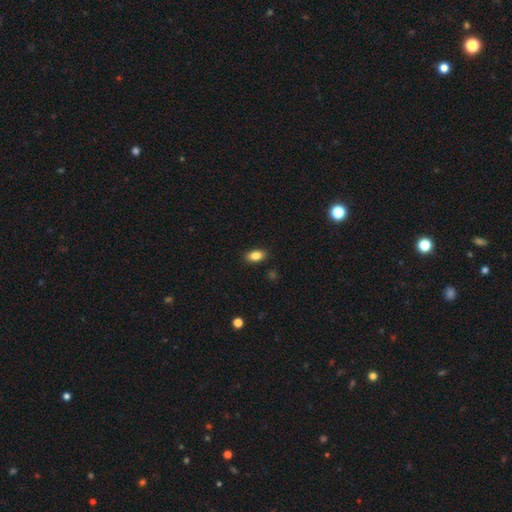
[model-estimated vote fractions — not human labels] smooth 85%, star or artifact 8%, featured or disk 6%. Down the decision tree: how rounded — in between (89%); merging — none (88%).